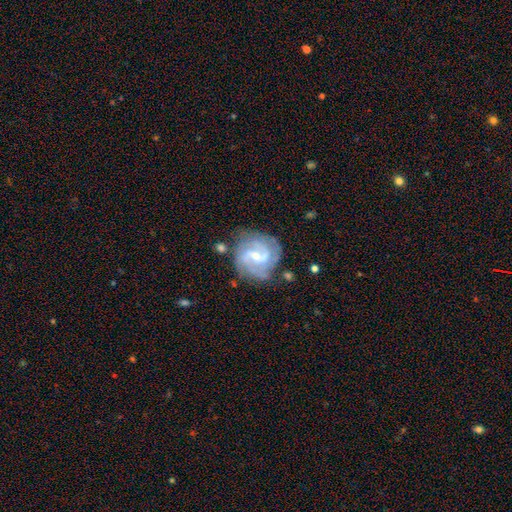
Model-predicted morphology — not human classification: A featured or disk galaxy (87%) with a weak bar (55%), 2 (51%) medium (48%) spiral arms (96%) and a small central bulge (69%).

Vote fractions:
- Smooth or featured? featured or disk: 87% / smooth: 8% / star or artifact: 5%
- Edge-on disk? no: 98% / yes: 2%
- Bar? weak: 55% / no: 23% / strong: 22%
- Spiral arms? yes: 96% / no: 4%
- Spiral winding? medium: 48% / tight: 37% / loose: 15%
- Spiral arm count? 2: 51% / 3: 21% / can't tell: 14% / 4: 6% / 1: 4% / more than 4: 4%
- Bulge size? small: 69% / moderate: 27% / none: 2% / large: 1% / dominant: 1%
- Merging? none: 73% / minor disturbance: 17% / major disturbance: 7% / merger: 4%